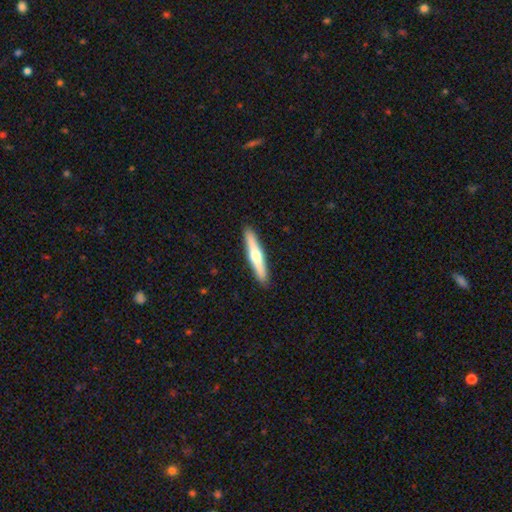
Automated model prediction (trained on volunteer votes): smooth-or-featured: featured or disk: 53% | smooth: 43% | star or artifact: 5%
  disk-edge-on: yes: 96% | no: 4%
    edge-on-bulge: rounded: 89% | none: 7% | boxy: 4%
  merging: none: 92% | minor disturbance: 6% | major disturbance: 1% | merger: 1%